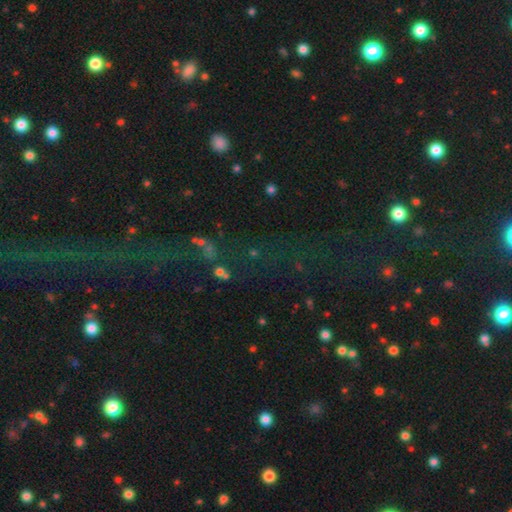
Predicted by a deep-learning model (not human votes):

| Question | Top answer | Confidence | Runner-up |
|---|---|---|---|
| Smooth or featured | star or artifact | 62% | smooth (22%) |